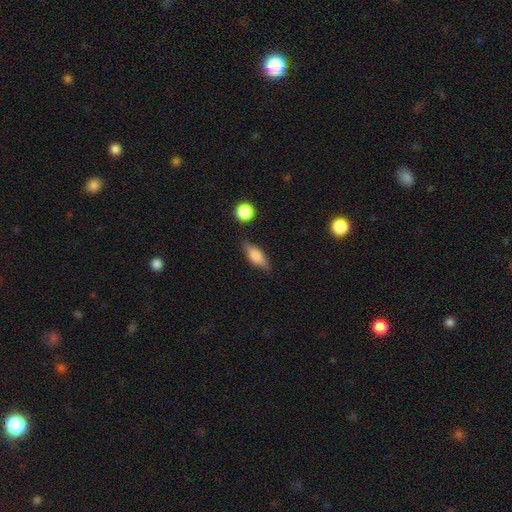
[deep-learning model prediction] Q: Smooth or featured?
A: smooth (58%); runner-up: featured or disk (33%)
Q: How rounded?
A: in between (63%); runner-up: cigar-shaped (31%)
Q: Merging?
A: none (78%); runner-up: minor disturbance (15%)